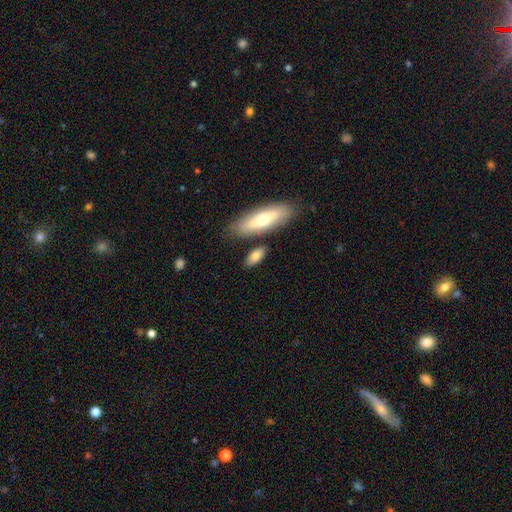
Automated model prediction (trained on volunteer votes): smooth-or-featured: smooth: 74% | featured or disk: 19% | star or artifact: 6%
  how-rounded: in between: 72% | cigar-shaped: 25% | round: 4%
  merging: none: 72% | minor disturbance: 13% | merger: 12% | major disturbance: 3%